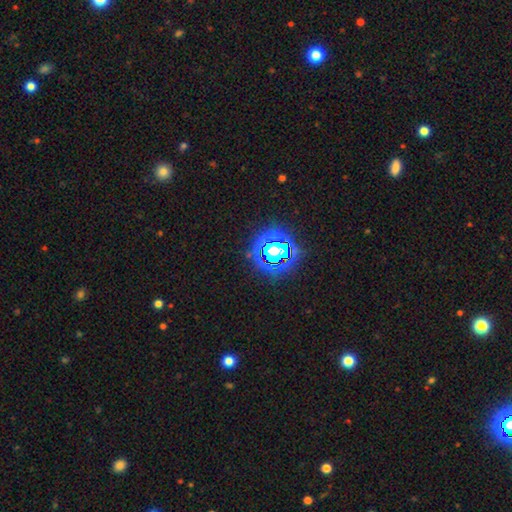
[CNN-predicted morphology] Q: Smooth or featured?
A: star or artifact (83%); runner-up: smooth (11%)